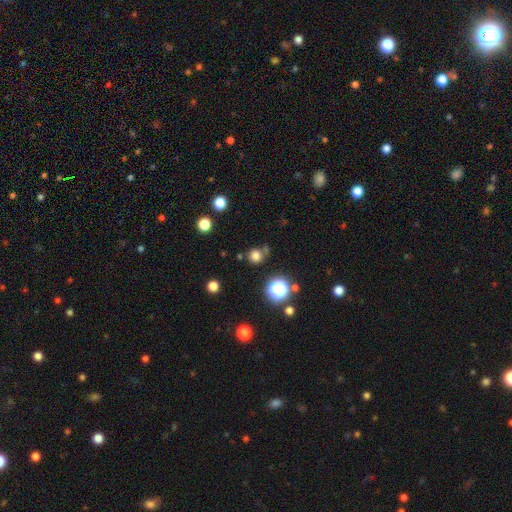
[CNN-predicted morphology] This appears to be a smooth galaxy with no disk features (75%) that is round (90%). Merging: none (72%).